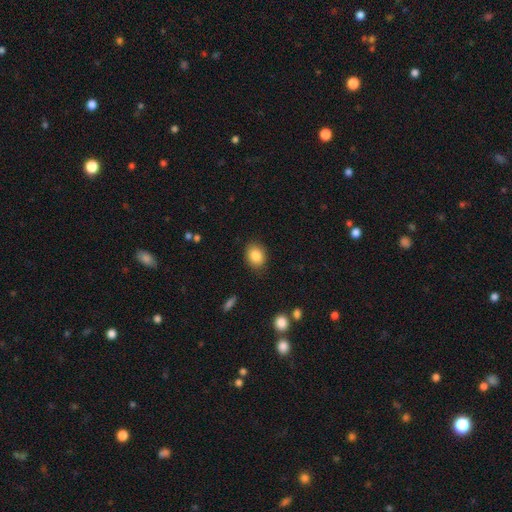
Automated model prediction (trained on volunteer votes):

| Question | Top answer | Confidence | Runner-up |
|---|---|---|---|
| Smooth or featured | smooth | 85% | star or artifact (9%) |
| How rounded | in between | 56% | round (43%) |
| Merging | none | 85% | minor disturbance (11%) |